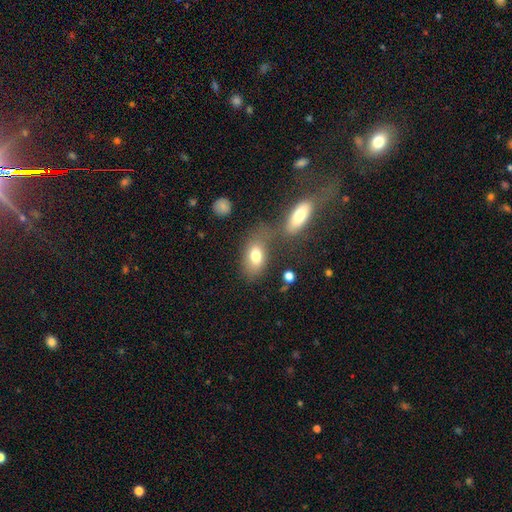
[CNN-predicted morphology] smooth 76%, featured or disk 15%, star or artifact 9%. Down the decision tree: how rounded — in between (87%); merging — none (47%).